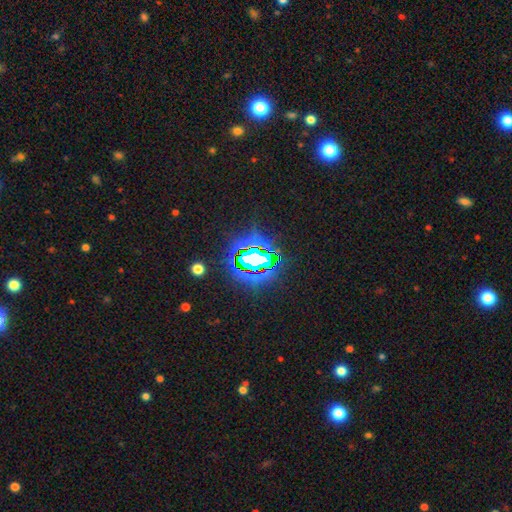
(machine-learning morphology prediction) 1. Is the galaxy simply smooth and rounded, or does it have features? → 78% star or artifact, 11% featured or disk, 11% smooth.